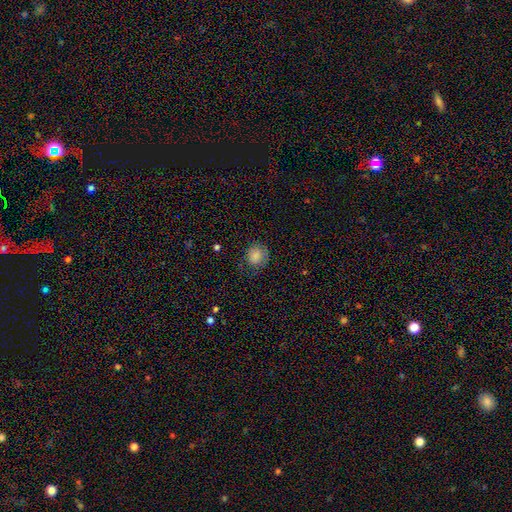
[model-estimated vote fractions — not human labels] Smooth or featured: smooth — 84% (star or artifact — 9%)
How rounded: round — 78% (in between — 21%)
Merging: none — 72% (minor disturbance — 20%)